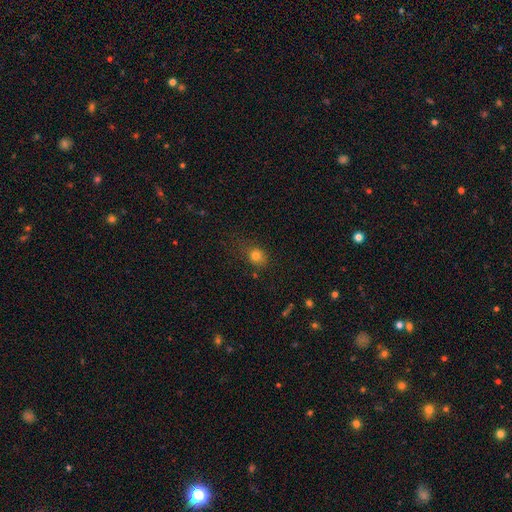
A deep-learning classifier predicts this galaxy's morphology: Smooth or featured: smooth — 76% (star or artifact — 15%)
How rounded: round — 66% (in between — 33%)
Merging: none — 68% (minor disturbance — 21%)